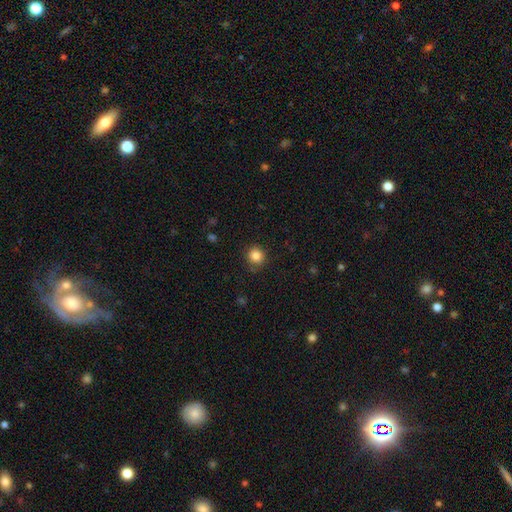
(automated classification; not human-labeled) Smooth or featured: smooth — 85% (star or artifact — 11%)
How rounded: round — 92% (in between — 7%)
Merging: none — 86% (minor disturbance — 10%)